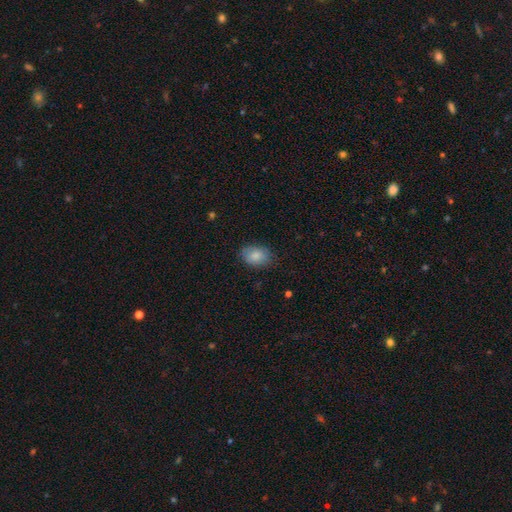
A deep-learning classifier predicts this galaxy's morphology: The model was most divided on "how rounded": in between: 79%, round: 20%, cigar-shaped: 1%. More confident: smooth or featured — smooth (85%); merging — none (80%).